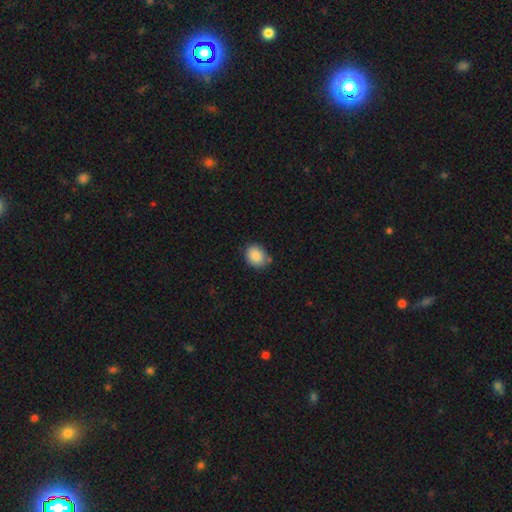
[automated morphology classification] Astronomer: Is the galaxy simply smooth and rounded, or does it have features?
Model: smooth — 87%.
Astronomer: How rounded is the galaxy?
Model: round — 55% (runner-up: in between, 44%).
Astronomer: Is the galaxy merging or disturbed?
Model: none — 74%.